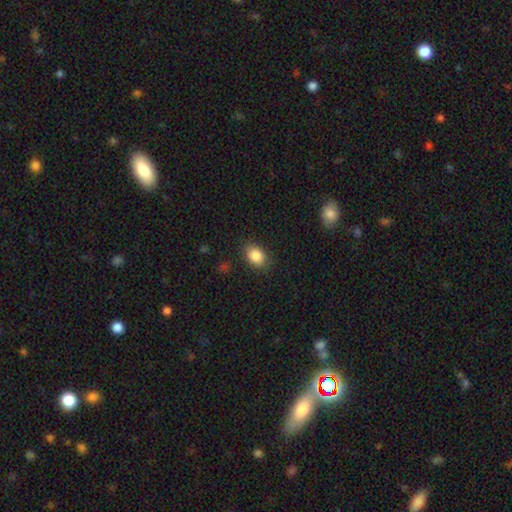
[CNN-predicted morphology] Smooth or featured: smooth — 86% (star or artifact — 9%)
How rounded: in between — 71% (round — 27%)
Merging: none — 85% (minor disturbance — 11%)